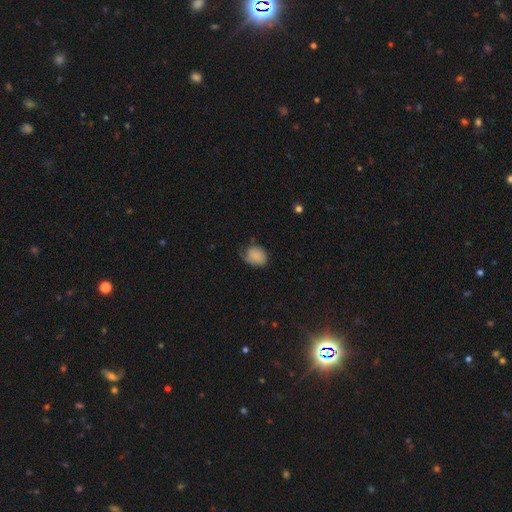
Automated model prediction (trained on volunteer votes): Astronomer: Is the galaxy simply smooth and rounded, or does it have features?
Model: smooth — 81%.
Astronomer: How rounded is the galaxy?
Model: in between — 53% (runner-up: round, 46%).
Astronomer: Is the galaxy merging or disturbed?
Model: none — 47% (runner-up: minor disturbance, 38%).